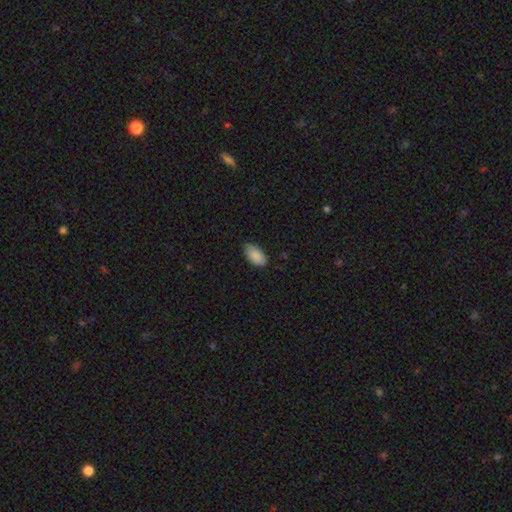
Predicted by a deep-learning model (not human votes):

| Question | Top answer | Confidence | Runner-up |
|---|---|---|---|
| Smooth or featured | smooth | 89% | star or artifact (7%) |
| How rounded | in between | 95% | round (3%) |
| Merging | none | 81% | minor disturbance (15%) |